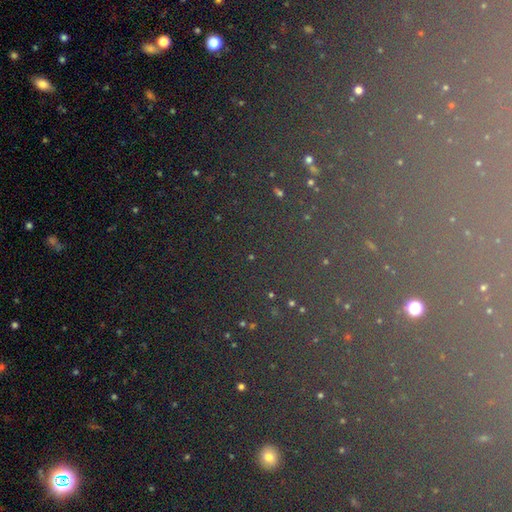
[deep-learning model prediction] This is likely a star or artifact rather than a galaxy (75%).